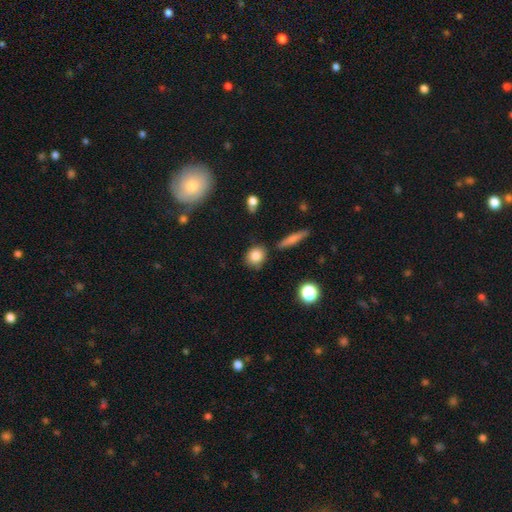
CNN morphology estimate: A smooth galaxy with no disk features (83%) that is round (68%). Merging: none (79%).